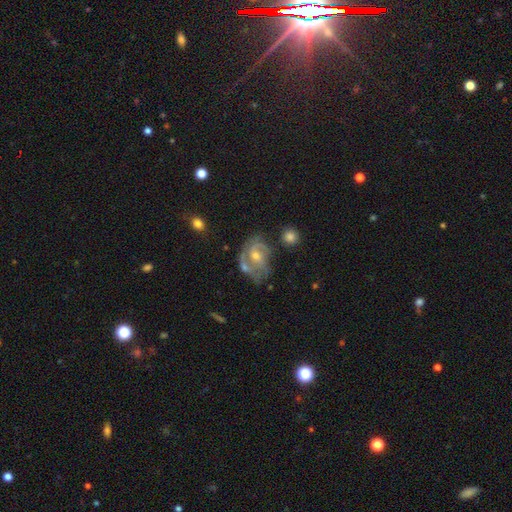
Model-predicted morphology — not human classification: Smooth or featured?
  - featured or disk: 78% *
  - smooth: 15%
  - star or artifact: 8%
Edge-on disk?
  - no: 97% *
  - yes: 3%
Bar?
  - no: 53% *
  - weak: 39%
  - strong: 9%
Spiral arms?
  - yes: 87% *
  - no: 13%
Spiral winding?
  - tight: 45% *
  - medium: 42%
  - loose: 13%
Spiral arm count?
  - 2: 41% *
  - can't tell: 26%
  - 3: 19%
  - 1: 8%
  - 4: 4%
  - more than 4: 3%
Bulge size?
  - moderate: 54% *
  - small: 41%
  - large: 2%
  - none: 2%
  - dominant: 1%
Merging?
  - none: 45% *
  - minor disturbance: 23%
  - major disturbance: 16%
  - merger: 15%